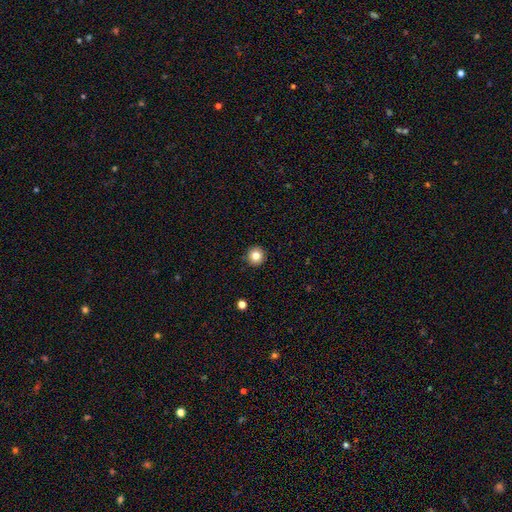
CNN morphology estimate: The model was most divided on "smooth or featured": smooth: 82%, star or artifact: 11%, featured or disk: 7%. More confident: how rounded — round (95%); merging — none (93%).